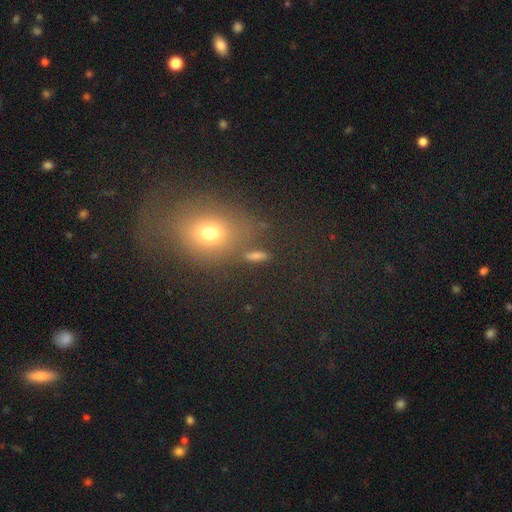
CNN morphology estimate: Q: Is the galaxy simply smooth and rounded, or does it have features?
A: smooth — 60%.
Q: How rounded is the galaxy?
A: in between — 51%.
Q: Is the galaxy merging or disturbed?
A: none — 64%.